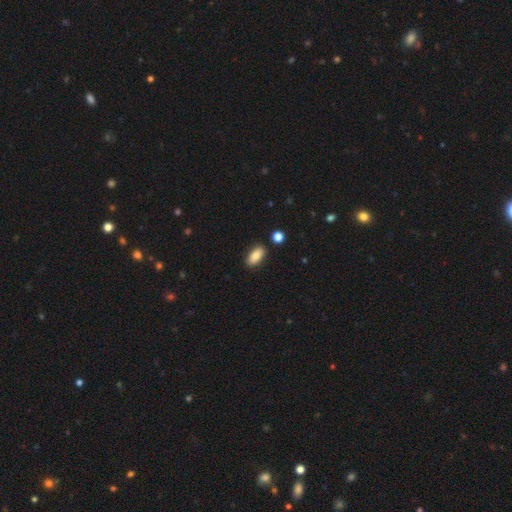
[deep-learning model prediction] Smooth or featured?
  - smooth: 83% *
  - featured or disk: 10%
  - star or artifact: 7%
How rounded?
  - in between: 88% *
  - cigar-shaped: 8%
  - round: 3%
Merging?
  - none: 86% *
  - minor disturbance: 9%
  - merger: 3%
  - major disturbance: 2%